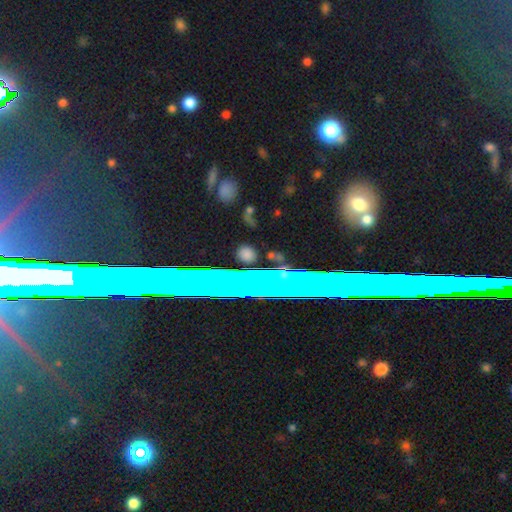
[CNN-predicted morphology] smooth_or_featured: star or artifact (p=0.71) [alt: featured or disk p=0.17]